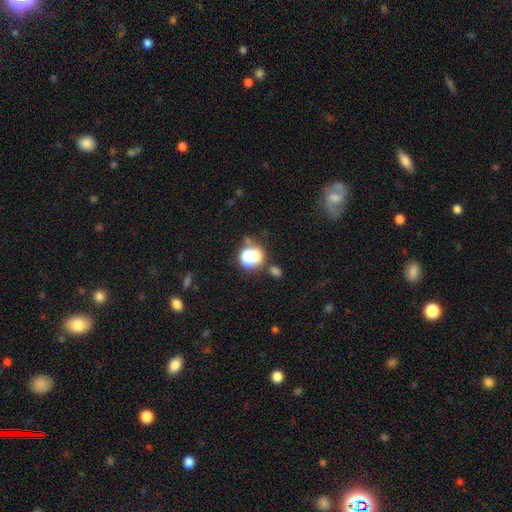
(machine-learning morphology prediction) Overall: smooth (55%; star or artifact 34%). How rounded: round (75%). Merging: none (55%; merger 23%).